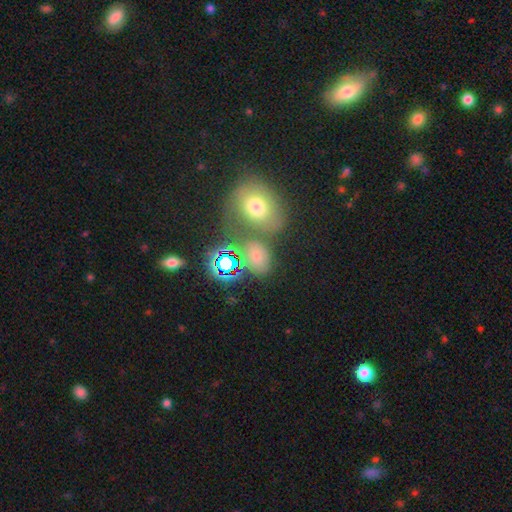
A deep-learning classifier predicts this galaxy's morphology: This is possibly a smooth galaxy (54%). How rounded: likely in between (62%). Merging: likely none (60%).